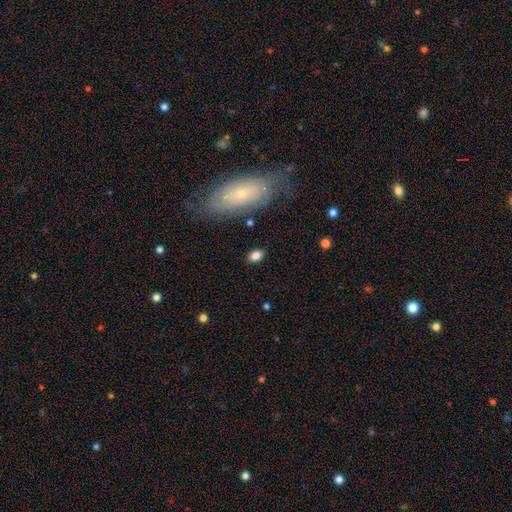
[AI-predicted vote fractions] A smooth galaxy with no disk features (81%) that is in between round and cigar-shaped (80%).

Vote fractions:
- Smooth or featured? smooth: 81% / featured or disk: 10% / star or artifact: 9%
- How rounded? in between: 80% / round: 17% / cigar-shaped: 3%
- Merging? none: 83% / minor disturbance: 11% / major disturbance: 4% / merger: 2%